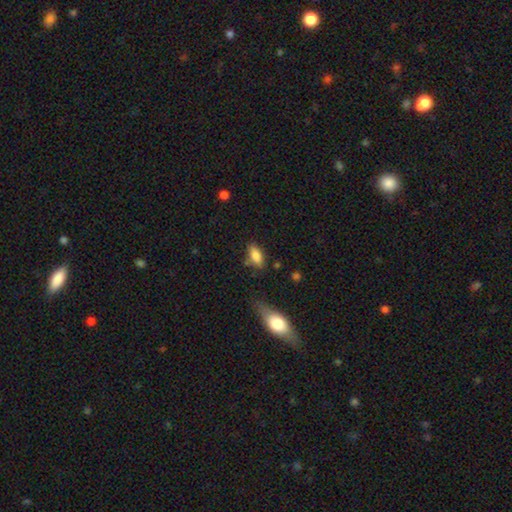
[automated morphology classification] smooth 83%, featured or disk 9%, star or artifact 8%. Down the decision tree: how rounded — in between (85%); merging — none (73%).